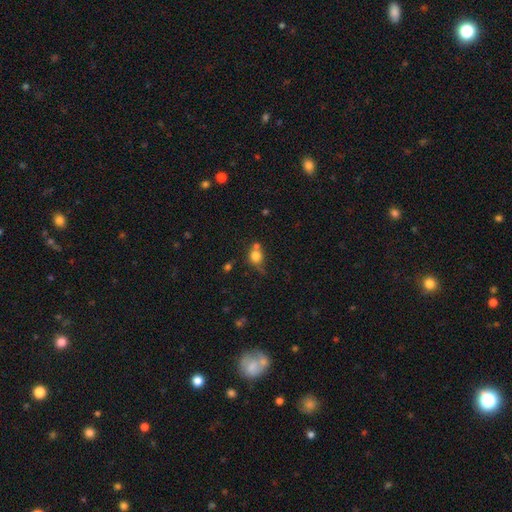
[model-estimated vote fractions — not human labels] smooth-or-featured: smooth: 75% | star or artifact: 13% | featured or disk: 12%
  how-rounded: round: 81% | in between: 18% | cigar-shaped: 1%
  merging: none: 45% | merger: 31% | minor disturbance: 16% | major disturbance: 8%